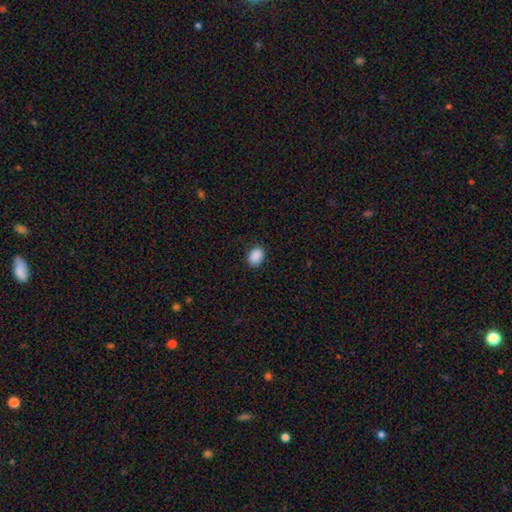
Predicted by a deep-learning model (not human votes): This is clearly a smooth galaxy (90%). How rounded: likely in between (71%). Merging: clearly none (86%).